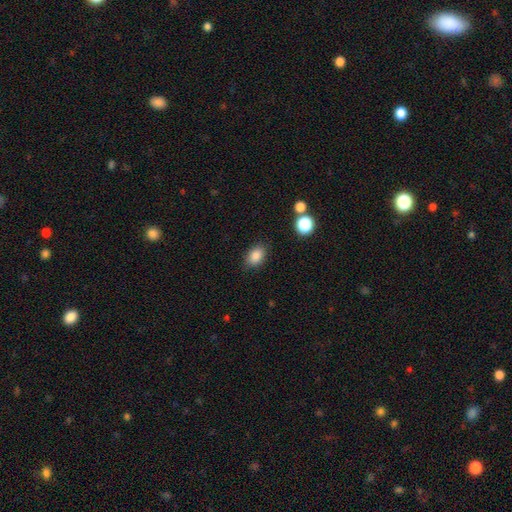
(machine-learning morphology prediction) smooth_or_featured: smooth (p=0.85) [alt: star or artifact p=0.09]
how_rounded: in between (p=0.80) [alt: round p=0.19]
merging: none (p=0.83) [alt: minor disturbance p=0.12]